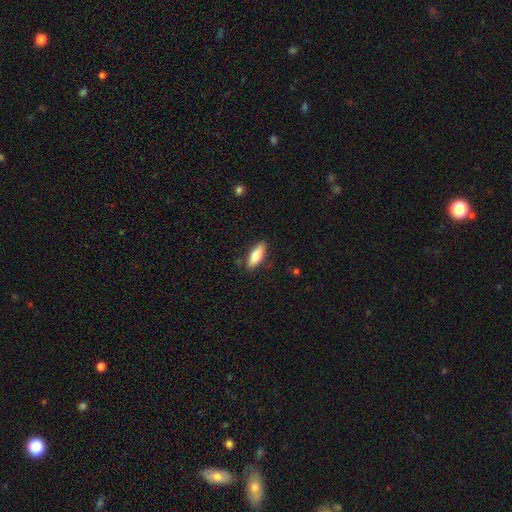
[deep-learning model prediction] A smooth galaxy with no disk features (70%) that is in between round and cigar-shaped (63%). Merging: none (84%).